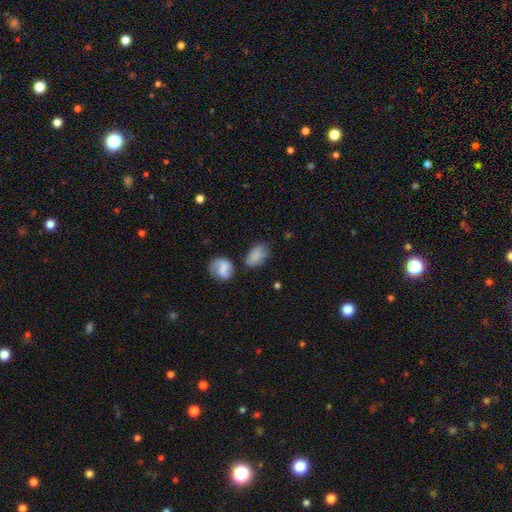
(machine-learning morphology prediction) smooth-or-featured: smooth: 80% | featured or disk: 12% | star or artifact: 8%
  how-rounded: in between: 89% | round: 9% | cigar-shaped: 2%
  merging: none: 57% | minor disturbance: 23% | merger: 12% | major disturbance: 9%